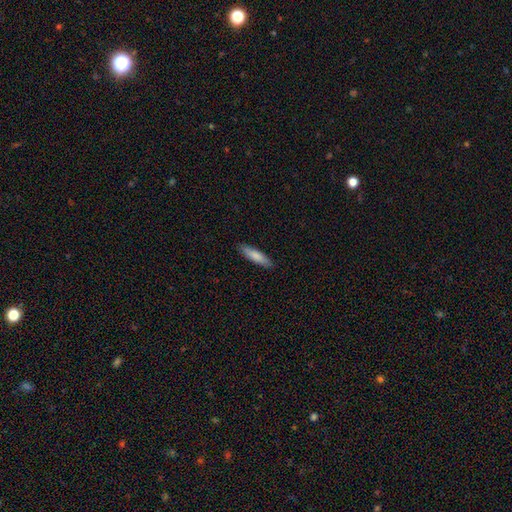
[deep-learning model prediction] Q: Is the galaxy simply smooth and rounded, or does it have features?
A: smooth — 82%.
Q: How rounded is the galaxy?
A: cigar-shaped — 76%.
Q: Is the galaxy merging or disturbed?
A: none — 89%.